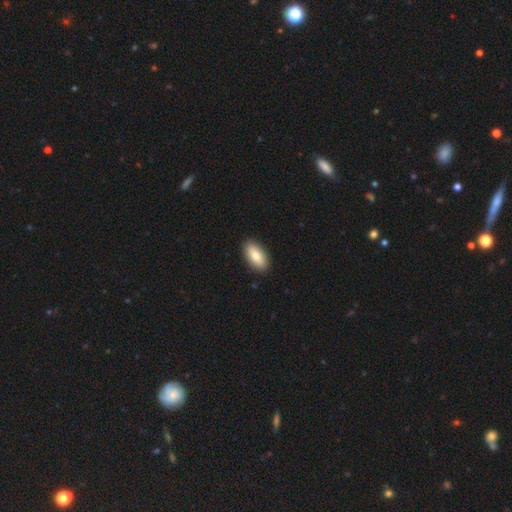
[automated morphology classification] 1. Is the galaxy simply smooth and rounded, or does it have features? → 80% smooth, 14% featured or disk, 6% star or artifact.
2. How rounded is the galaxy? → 91% in between, 6% cigar-shaped, 3% round.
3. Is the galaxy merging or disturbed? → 90% none, 7% minor disturbance, 2% major disturbance, 1% merger.